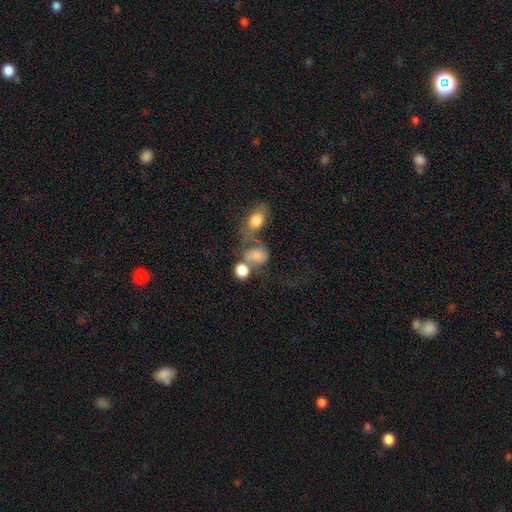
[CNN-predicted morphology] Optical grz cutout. It shows a smooth galaxy with no disk features (69%) that is in between round and cigar-shaped (53%). Merging: merger (48%).